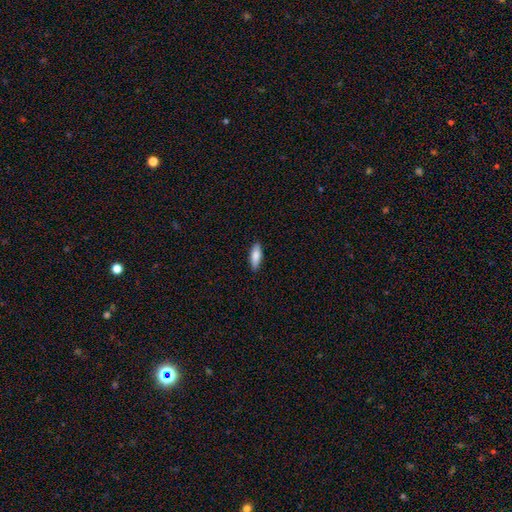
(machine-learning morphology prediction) Smooth or featured? Predicted: smooth (p=0.84). How rounded? Predicted: in between (p=0.68). Merging? Predicted: none (p=0.88).